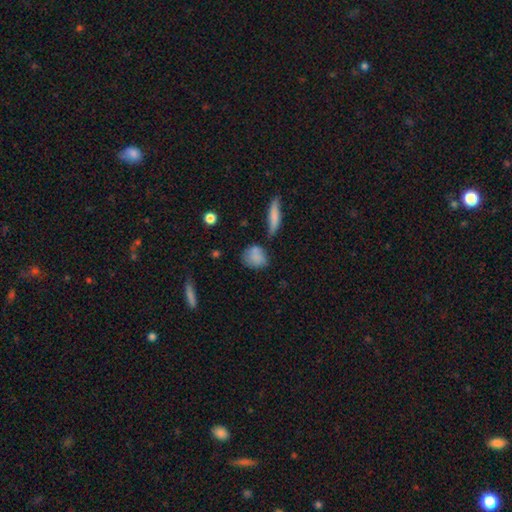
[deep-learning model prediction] smooth 77%, featured or disk 14%, star or artifact 9%. Down the decision tree: how rounded — round (54%); merging — none (53%).